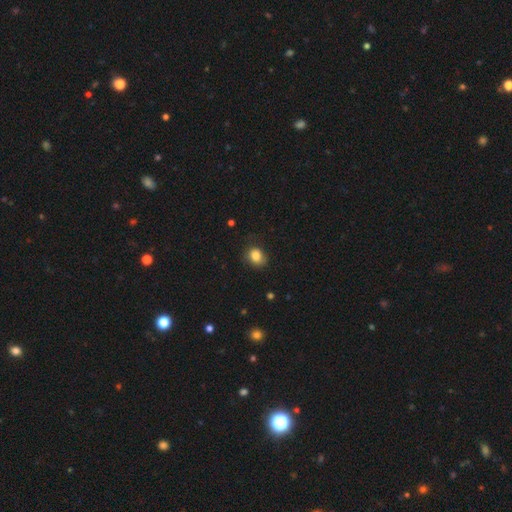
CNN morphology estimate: A smooth galaxy with no disk features (84%) that is round (59%). Merging: none (75%).